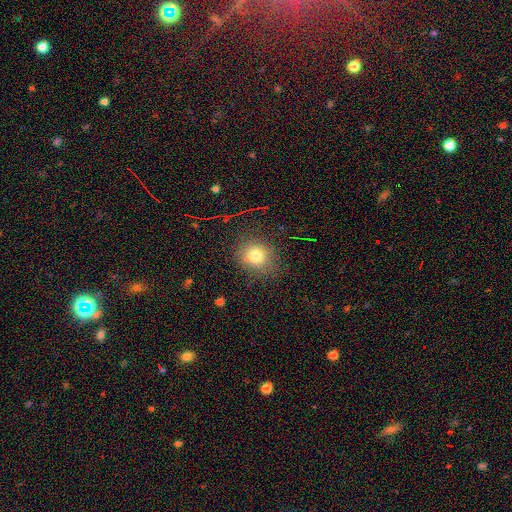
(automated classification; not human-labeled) Smooth or featured? smooth (74%)
How rounded? round (71%)
Merging? none (79%)